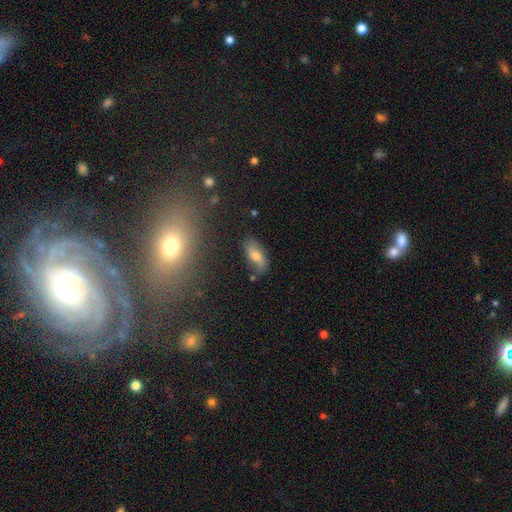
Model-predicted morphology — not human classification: type=smooth (60%); roundness=in between (81%); merging=none (68%).